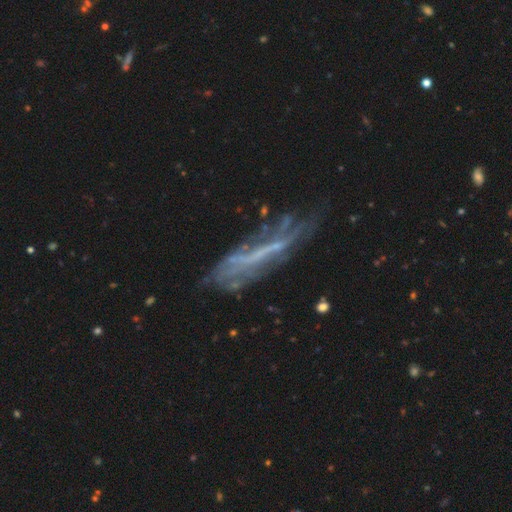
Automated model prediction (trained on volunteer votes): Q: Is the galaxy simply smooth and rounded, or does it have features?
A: featured or disk — 66%.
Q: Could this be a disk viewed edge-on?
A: no — 58%.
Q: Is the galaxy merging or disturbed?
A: none — 50%.